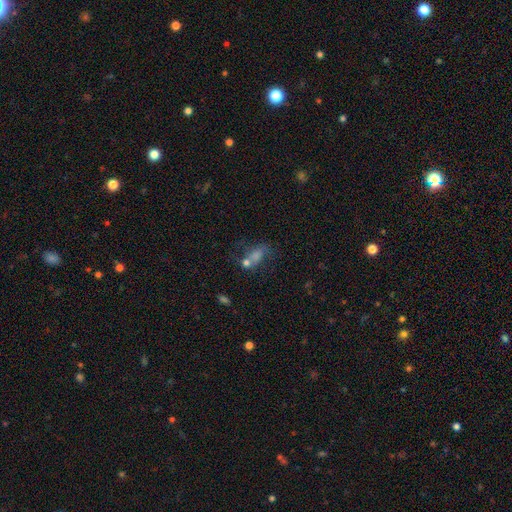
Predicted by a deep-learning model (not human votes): A smooth galaxy with no disk features (48%). Merging: none (37%).